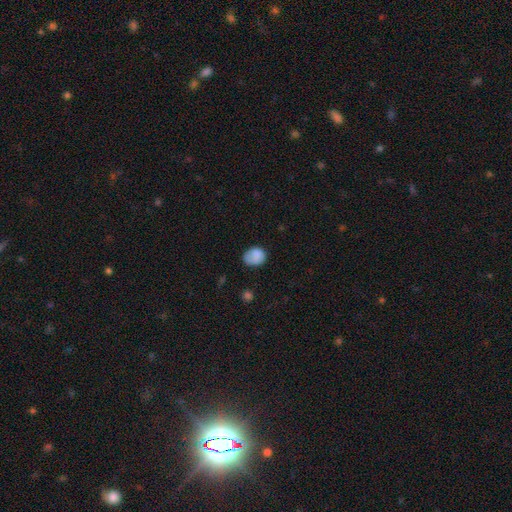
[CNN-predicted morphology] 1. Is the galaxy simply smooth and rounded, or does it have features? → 81% smooth, 10% featured or disk, 9% star or artifact.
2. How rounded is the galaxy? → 58% round, 41% in between, 1% cigar-shaped.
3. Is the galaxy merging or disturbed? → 67% none, 24% minor disturbance, 7% major disturbance, 2% merger.